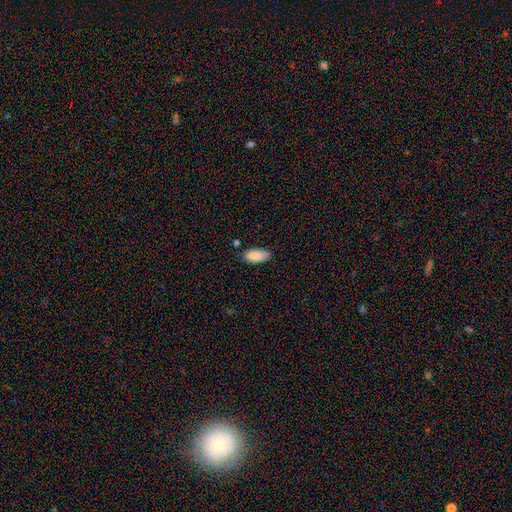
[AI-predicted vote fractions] Overall: smooth (89%). How rounded: in between (87%). Merging: none (72%).